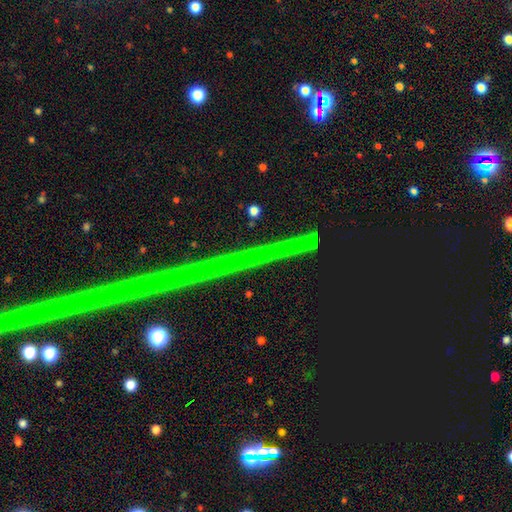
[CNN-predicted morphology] star or artifact 84%, featured or disk 10%, smooth 6%.